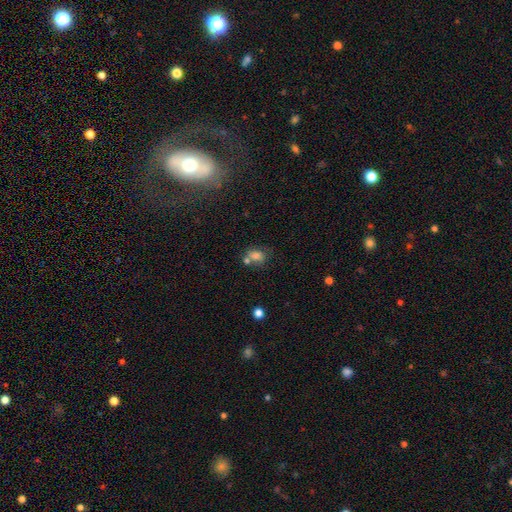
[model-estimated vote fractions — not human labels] A smooth galaxy with no disk features (75%) that is in between round and cigar-shaped (68%). Merging: none (45%).